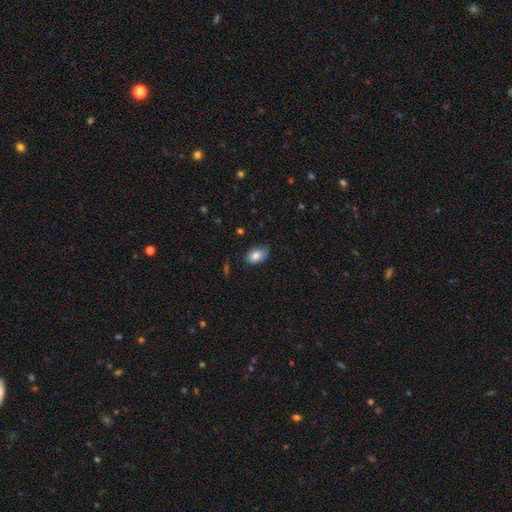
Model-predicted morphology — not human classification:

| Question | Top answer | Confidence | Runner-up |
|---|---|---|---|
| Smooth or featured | smooth | 82% | featured or disk (10%) |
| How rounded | in between | 89% | round (10%) |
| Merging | none | 72% | minor disturbance (23%) |